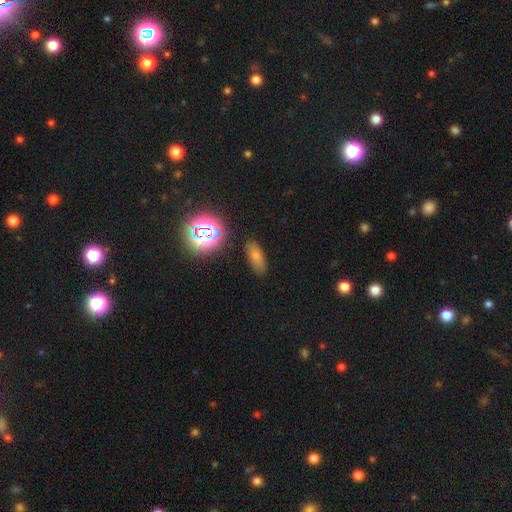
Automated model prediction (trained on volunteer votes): Smooth or featured? smooth (59%)
How rounded? in between (69%)
Merging? none (85%)